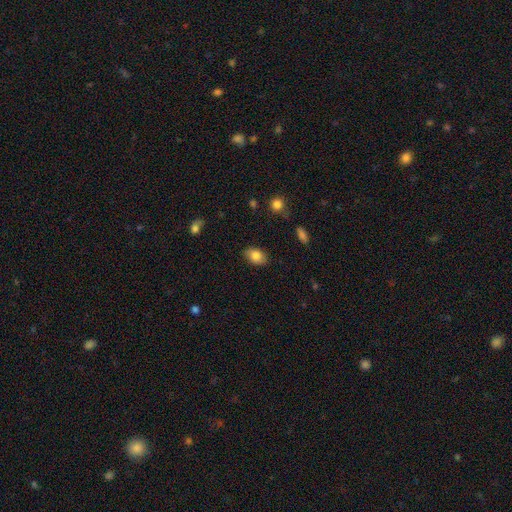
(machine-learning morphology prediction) type=smooth (83%); roundness=in between (87%); merging=none (85%).